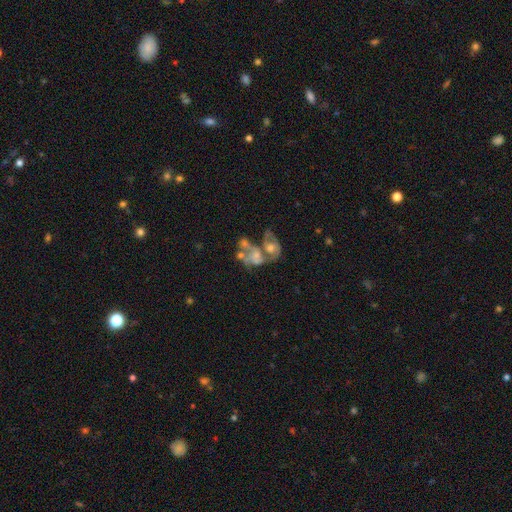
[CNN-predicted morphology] This is likely a featured or disk galaxy (63%). It is clearly not viewed edge-on (97%). Bar: clearly no (85%). Spiral arm pattern: likely no (72%). Central bulge: marginally moderate (35%). Merging: possibly merger (53%).